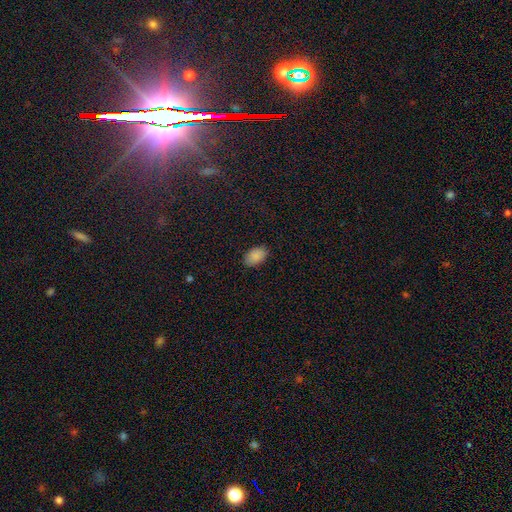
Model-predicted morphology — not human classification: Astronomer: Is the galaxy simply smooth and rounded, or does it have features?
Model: smooth — 89%.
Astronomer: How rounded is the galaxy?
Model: in between — 92%.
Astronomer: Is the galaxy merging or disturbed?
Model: none — 88%.